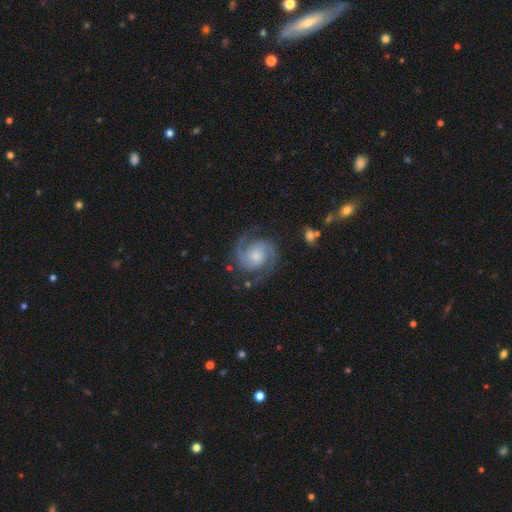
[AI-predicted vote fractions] The model was most divided on "bulge size": small: 50%, moderate: 34%, none: 8%, large: 7%, dominant: 2%. More confident: spiral arms — yes (98%); edge-on disk — no (98%); spiral arm count — 2 (93%); smooth or featured — featured or disk (92%); merging — none (81%); bar — no (68%); spiral winding — medium (55%).